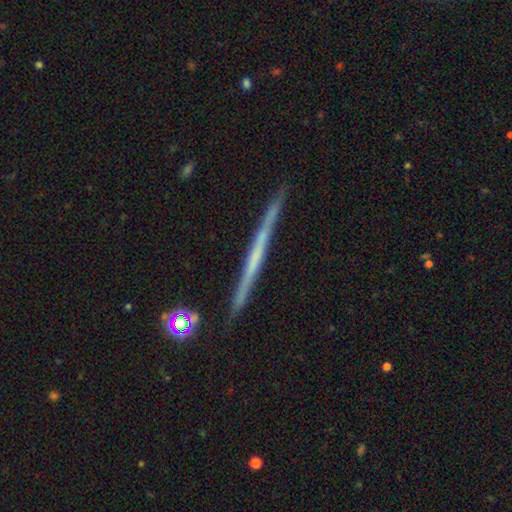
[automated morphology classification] Smooth or featured? Predicted: featured or disk (p=0.63). Edge-on disk? Predicted: yes (p=0.98). Edge-on bulge? Predicted: none (p=0.89). Merging? Predicted: none (p=0.90).